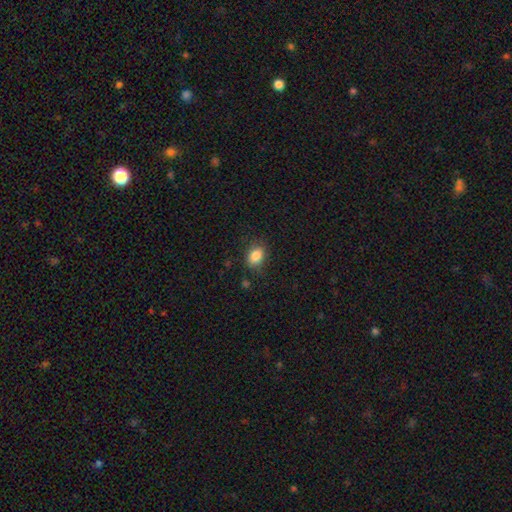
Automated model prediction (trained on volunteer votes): The model was most divided on "how rounded": in between: 72%, round: 27%, cigar-shaped: 1%. More confident: smooth or featured — smooth (85%); merging — none (81%).